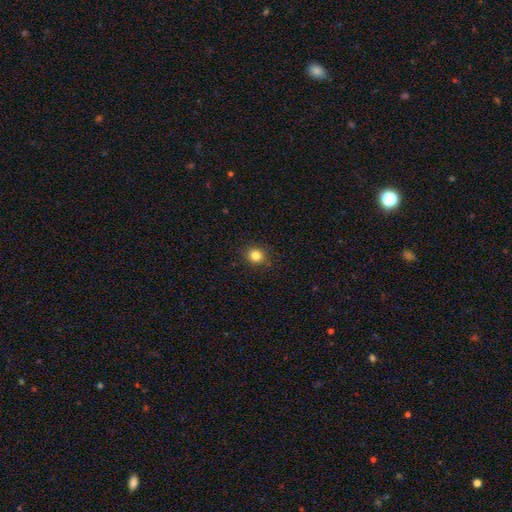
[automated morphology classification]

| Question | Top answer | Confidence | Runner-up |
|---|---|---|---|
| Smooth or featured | smooth | 83% | star or artifact (12%) |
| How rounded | round | 88% | in between (12%) |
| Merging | none | 90% | minor disturbance (7%) |